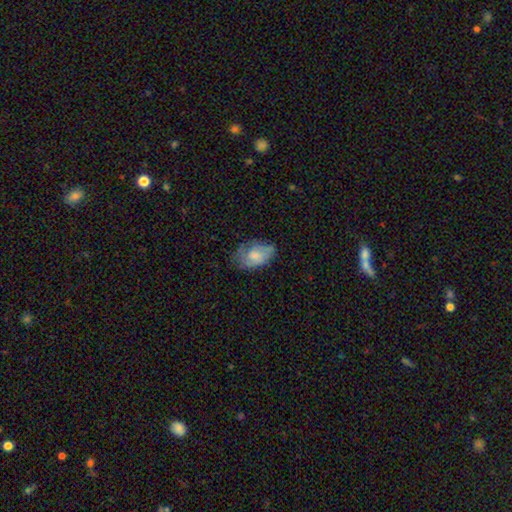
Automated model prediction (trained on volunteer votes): A smooth galaxy with no disk features (57%) that is in between round and cigar-shaped (88%). Merging: none (49%).